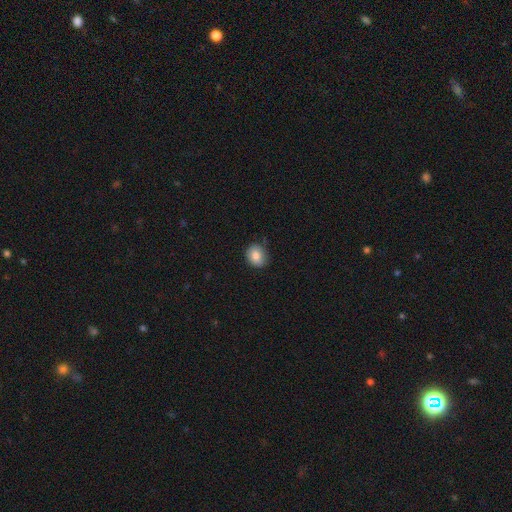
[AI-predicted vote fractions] smooth 83%, star or artifact 9%, featured or disk 9%. Down the decision tree: how rounded — round (72%); merging — none (81%).